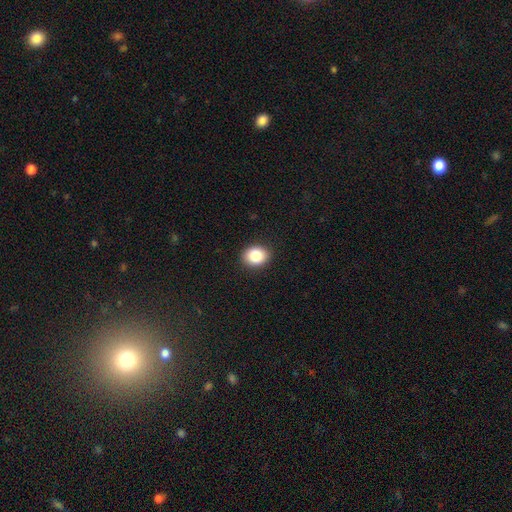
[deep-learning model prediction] smooth-or-featured: smooth: 86% | star or artifact: 9% | featured or disk: 5%
  how-rounded: round: 53% | in between: 46% | cigar-shaped: 1%
  merging: none: 90% | minor disturbance: 7% | major disturbance: 2% | merger: 1%